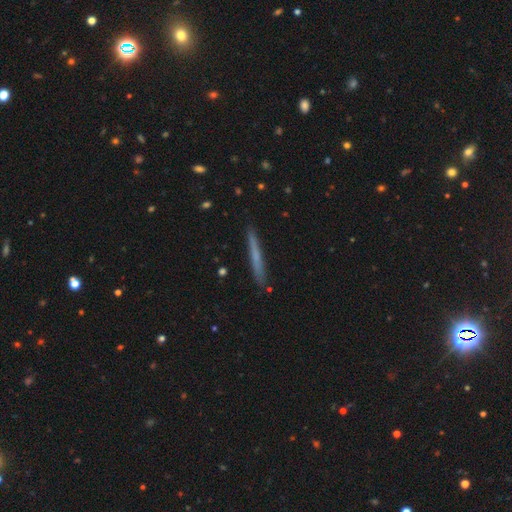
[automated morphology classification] A smooth galaxy with no disk features (56%) that is cigar-shaped (97%). Merging: none (89%).